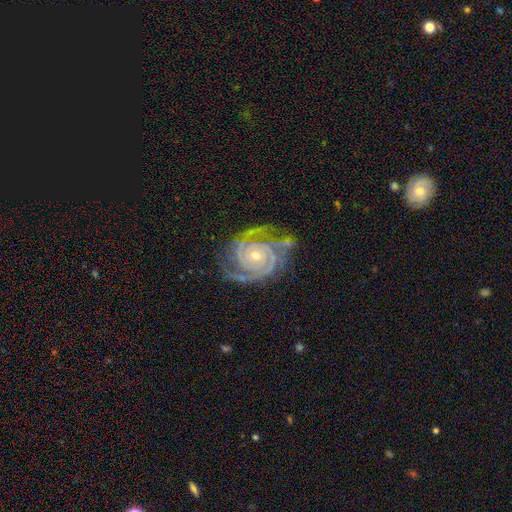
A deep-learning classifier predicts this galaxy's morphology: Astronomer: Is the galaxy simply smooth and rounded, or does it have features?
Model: featured or disk — 92%.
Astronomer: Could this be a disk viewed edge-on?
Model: no — 98%.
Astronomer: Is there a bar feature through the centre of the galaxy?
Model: no — 72%.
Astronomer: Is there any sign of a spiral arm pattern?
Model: yes — 98%.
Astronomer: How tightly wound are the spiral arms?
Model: tight — 72%.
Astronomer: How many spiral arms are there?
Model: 2 — 40% (runner-up: 3, 30%).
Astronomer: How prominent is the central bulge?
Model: small — 63%.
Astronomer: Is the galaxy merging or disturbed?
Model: none — 71%.